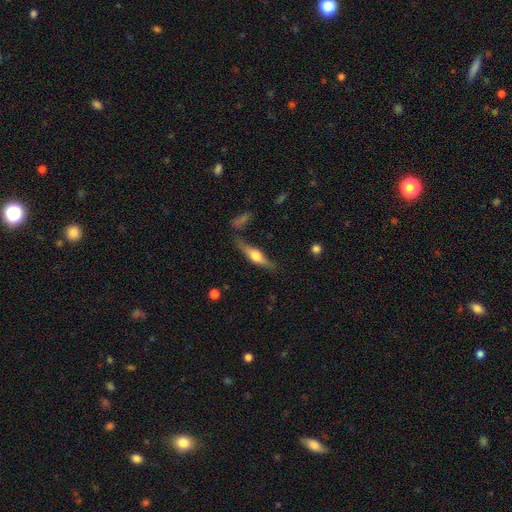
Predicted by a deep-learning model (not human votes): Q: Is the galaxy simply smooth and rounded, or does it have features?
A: featured or disk — 57%.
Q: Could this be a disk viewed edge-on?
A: yes — 93%.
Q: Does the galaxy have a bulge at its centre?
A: rounded — 90%.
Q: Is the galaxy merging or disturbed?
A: none — 72%.